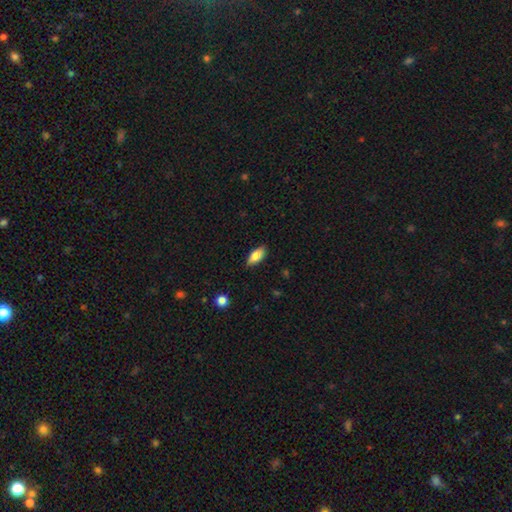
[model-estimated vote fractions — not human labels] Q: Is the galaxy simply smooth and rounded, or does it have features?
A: smooth — 79%.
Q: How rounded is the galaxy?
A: in between — 85%.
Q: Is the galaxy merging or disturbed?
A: none — 86%.